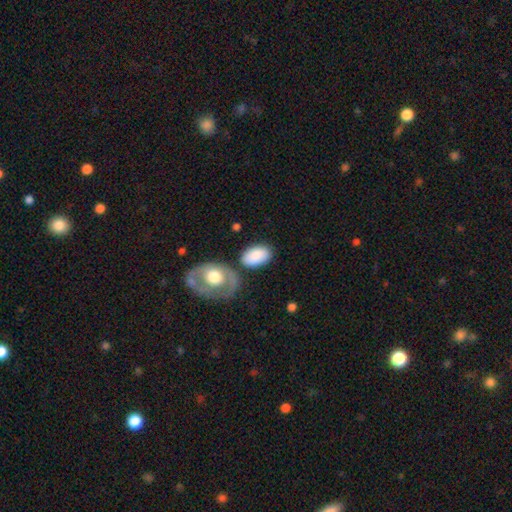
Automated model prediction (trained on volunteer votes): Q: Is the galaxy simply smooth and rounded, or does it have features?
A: smooth — 77%.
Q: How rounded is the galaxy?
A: in between — 91%.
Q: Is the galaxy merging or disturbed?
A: none — 63%.